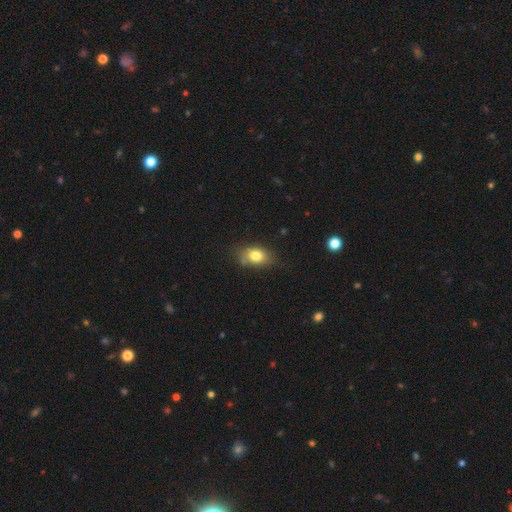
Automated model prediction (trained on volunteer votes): smooth_or_featured: smooth (p=0.80) [alt: featured or disk p=0.11]
how_rounded: in between (p=0.78) [alt: round p=0.20]
merging: none (p=0.67) [alt: minor disturbance p=0.23]